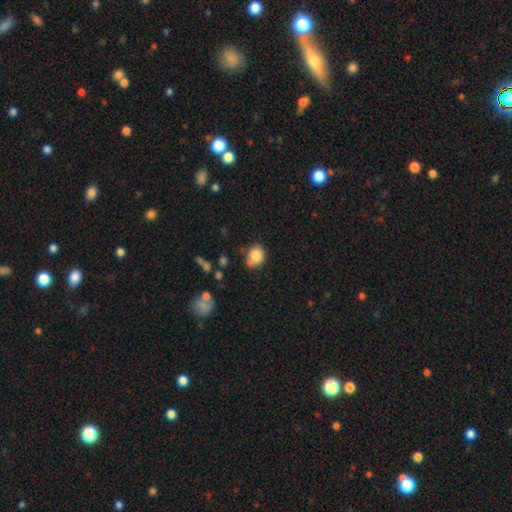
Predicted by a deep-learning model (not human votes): A smooth galaxy with no disk features (82%) that is in between round and cigar-shaped (53%). Merging: none (65%).